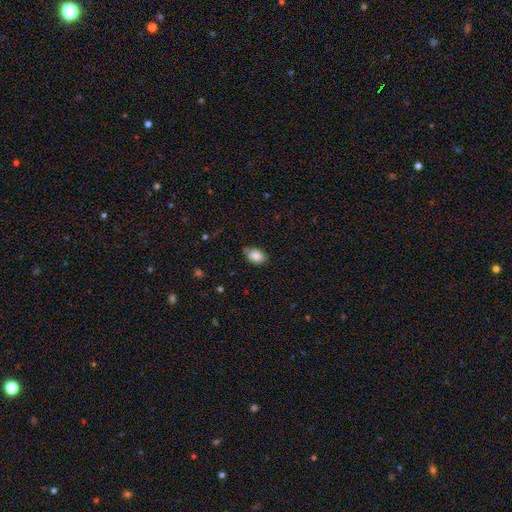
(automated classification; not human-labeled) Morphology: type=smooth (86%); roundness=in between (81%); merging=none (73%).